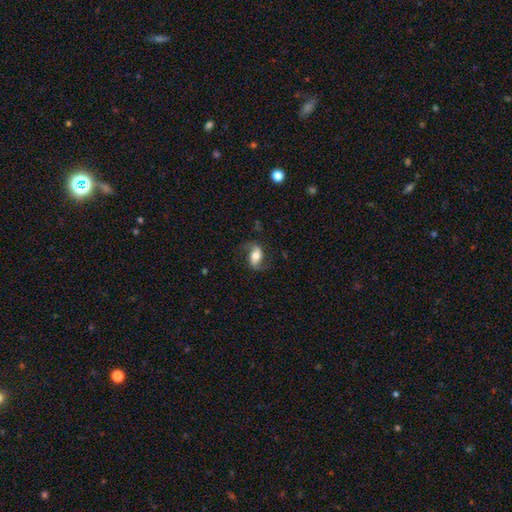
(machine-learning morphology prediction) Smooth or featured?
  - featured or disk: 67% *
  - smooth: 26%
  - star or artifact: 7%
Edge-on disk?
  - no: 94% *
  - yes: 6%
Bar?
  - no: 40% *
  - weak: 32%
  - strong: 28%
Spiral arms?
  - yes: 91% *
  - no: 9%
Spiral winding?
  - loose: 65% *
  - medium: 28%
  - tight: 8%
Spiral arm count?
  - 2: 91% *
  - 1: 3%
  - can't tell: 3%
  - 3: 1%
  - 4: 1%
  - more than 4: 1%
Bulge size?
  - moderate: 59% *
  - large: 23%
  - small: 13%
  - dominant: 3%
  - none: 2%
Merging?
  - none: 72% *
  - minor disturbance: 17%
  - major disturbance: 10%
  - merger: 1%